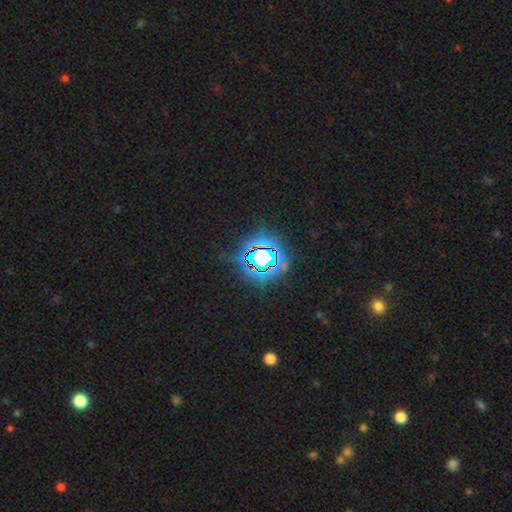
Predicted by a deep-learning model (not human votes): A star or artifact, not a galaxy (78%).

Vote fractions:
- Smooth or featured? star or artifact: 78% / smooth: 12% / featured or disk: 10%